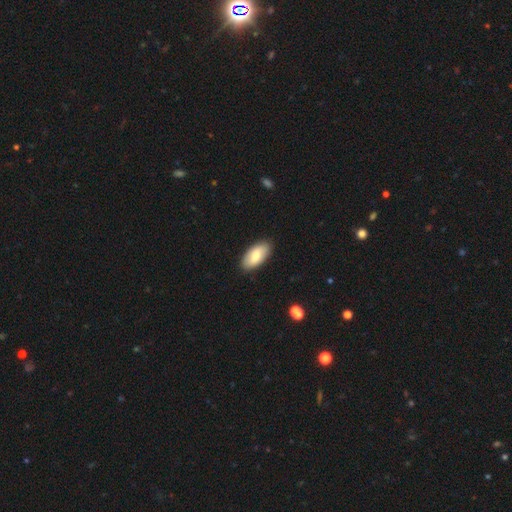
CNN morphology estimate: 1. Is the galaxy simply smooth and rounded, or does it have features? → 78% smooth, 17% featured or disk, 6% star or artifact.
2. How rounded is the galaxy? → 93% in between, 5% cigar-shaped, 2% round.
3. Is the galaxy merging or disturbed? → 88% none, 9% minor disturbance, 2% major disturbance, 1% merger.